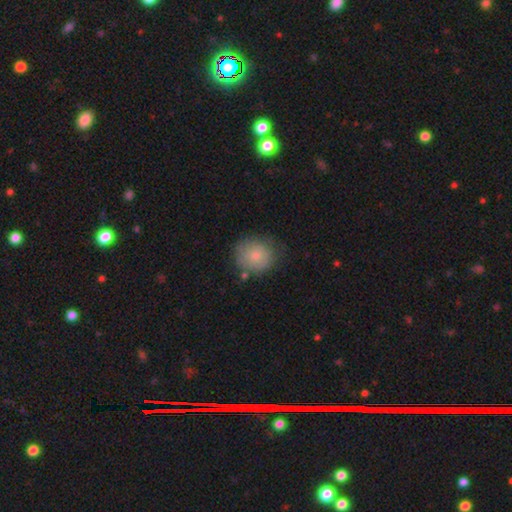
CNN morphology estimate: Smooth or featured: smooth — 76% (featured or disk — 17%)
How rounded: round — 81% (in between — 18%)
Merging: none — 68% (minor disturbance — 22%)